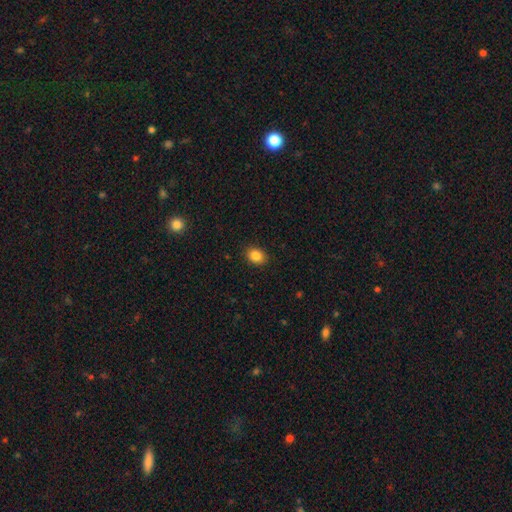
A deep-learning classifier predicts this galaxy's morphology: Smooth or featured?
  - smooth: 86% *
  - star or artifact: 10%
  - featured or disk: 5%
How rounded?
  - in between: 57% *
  - round: 42%
  - cigar-shaped: 1%
Merging?
  - none: 89% *
  - minor disturbance: 8%
  - major disturbance: 2%
  - merger: 1%